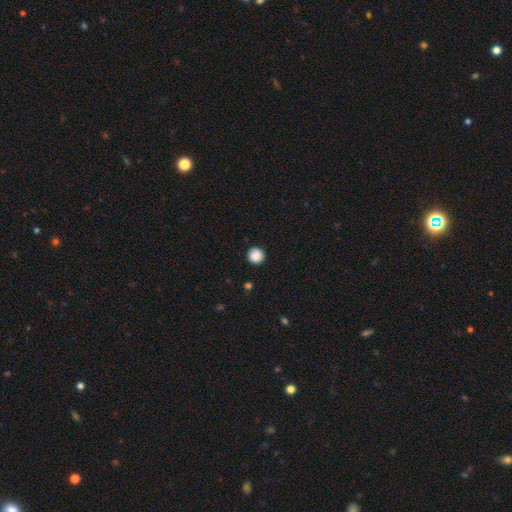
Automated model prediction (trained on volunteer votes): A smooth galaxy with no disk features (88%) that is round (95%). Merging: none (90%).